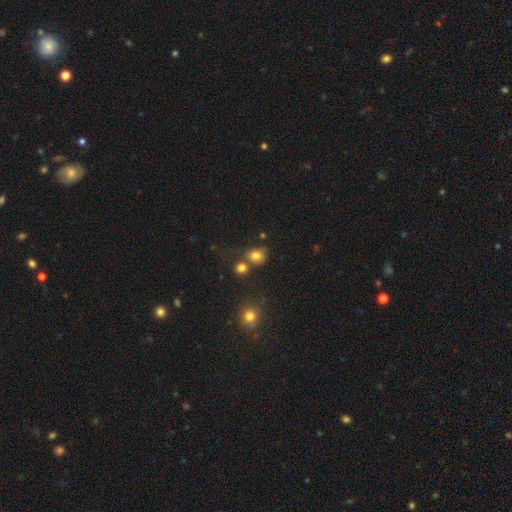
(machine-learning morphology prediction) smooth 78%, star or artifact 14%, featured or disk 8%. Down the decision tree: how rounded — round (64%); merging — none (55%).